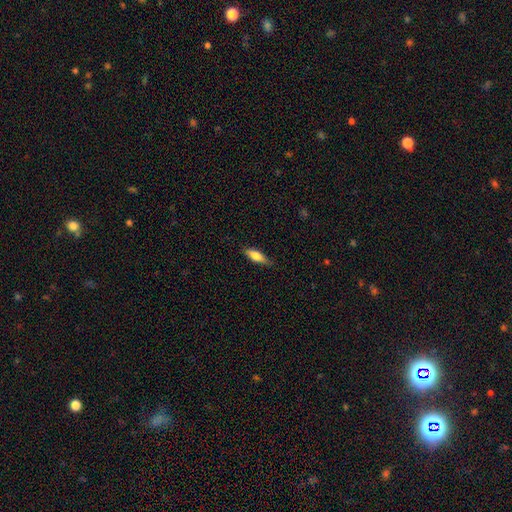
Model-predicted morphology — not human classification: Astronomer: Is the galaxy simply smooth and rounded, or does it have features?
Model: smooth — 67%.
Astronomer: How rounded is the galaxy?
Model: in between — 50% (runner-up: cigar-shaped, 48%).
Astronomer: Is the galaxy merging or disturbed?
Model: none — 77%.